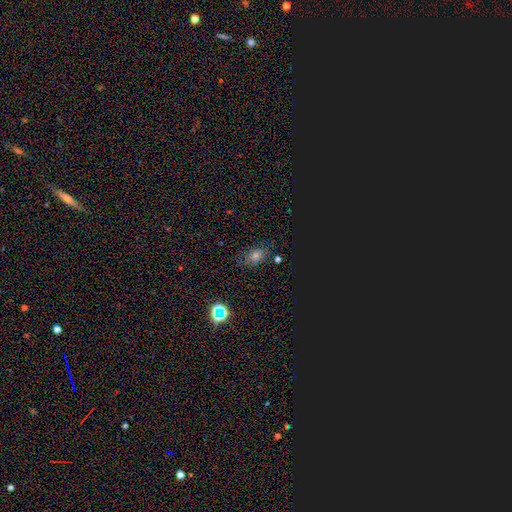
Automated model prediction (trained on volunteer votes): Morphology: type=smooth (55%); roundness=in between (70%); merging=none (80%).